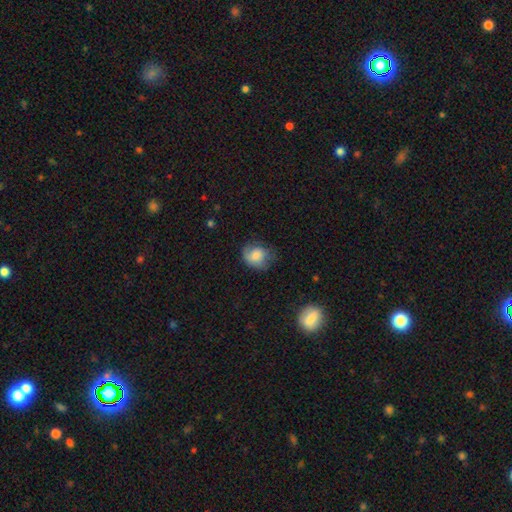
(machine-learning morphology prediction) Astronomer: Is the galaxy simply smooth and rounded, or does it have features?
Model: smooth — 72%.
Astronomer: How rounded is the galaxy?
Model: round — 64%.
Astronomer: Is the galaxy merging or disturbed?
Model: none — 54% (runner-up: minor disturbance, 30%).